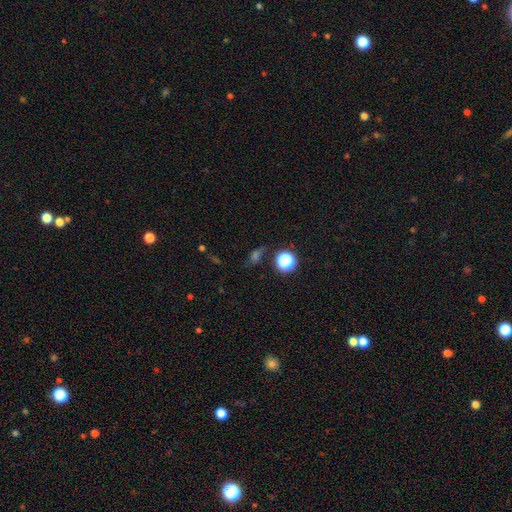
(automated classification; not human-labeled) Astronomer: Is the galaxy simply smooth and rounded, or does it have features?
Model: star or artifact — 43% (runner-up: smooth, 41%).